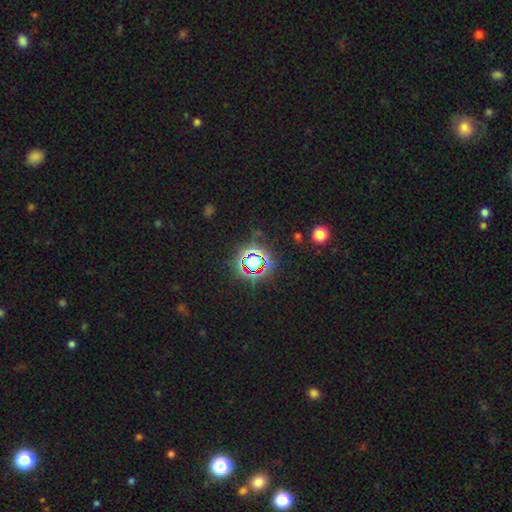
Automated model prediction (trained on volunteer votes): A star or artifact, not a galaxy (78%).